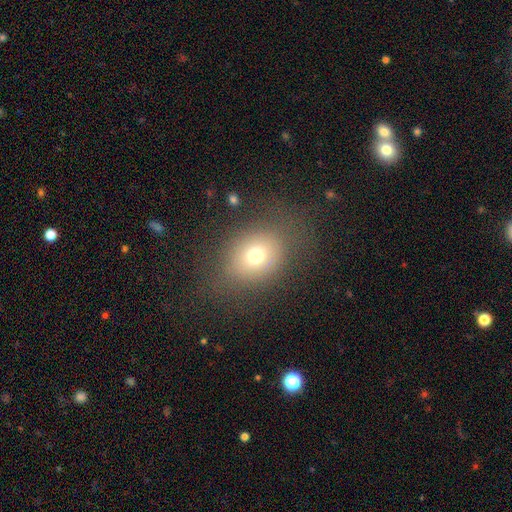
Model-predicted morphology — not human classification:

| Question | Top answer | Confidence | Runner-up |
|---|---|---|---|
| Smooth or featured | smooth | 70% | featured or disk (16%) |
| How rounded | in between | 56% | round (43%) |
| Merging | none | 73% | minor disturbance (15%) |